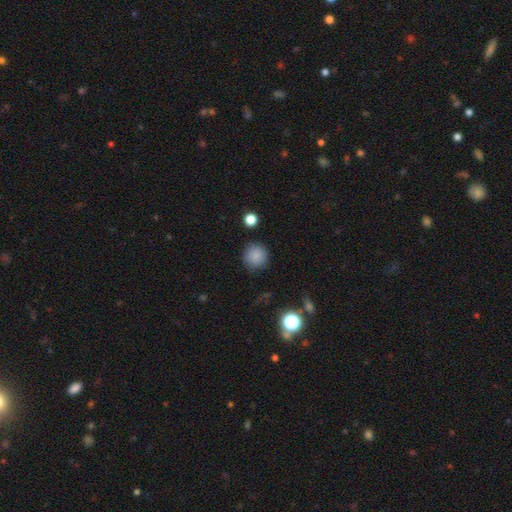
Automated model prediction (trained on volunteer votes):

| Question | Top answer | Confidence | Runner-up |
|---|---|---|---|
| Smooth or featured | smooth | 85% | star or artifact (11%) |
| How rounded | round | 92% | in between (7%) |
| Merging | none | 87% | minor disturbance (8%) |